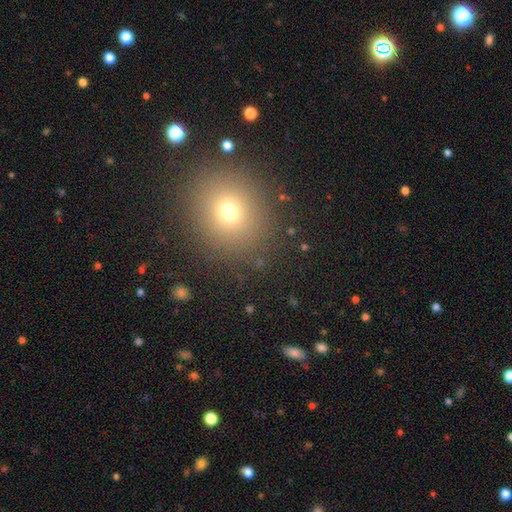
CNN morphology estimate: smooth-or-featured: smooth: 66% | star or artifact: 24% | featured or disk: 9%
  how-rounded: round: 80% | in between: 19% | cigar-shaped: 1%
  merging: none: 88% | minor disturbance: 7% | major disturbance: 3% | merger: 2%